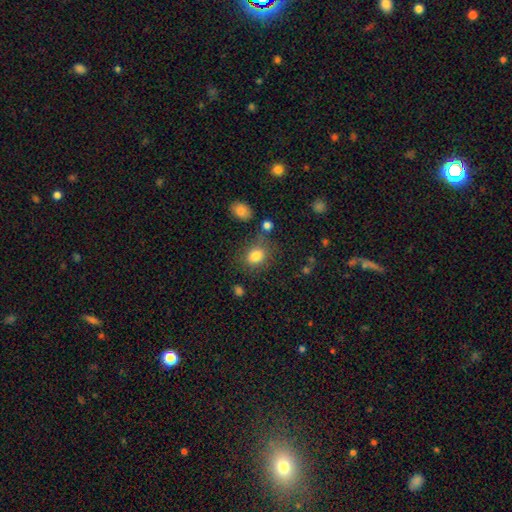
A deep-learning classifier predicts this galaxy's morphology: A smooth galaxy with no disk features (81%) that is round (57%). Merging: none (69%).